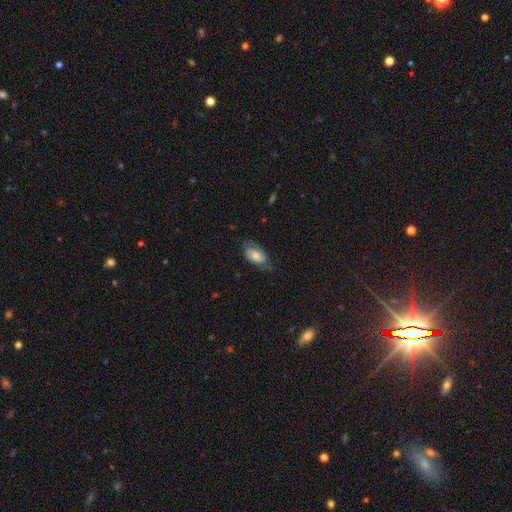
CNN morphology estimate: Q: Smooth or featured?
A: featured or disk (50%); runner-up: smooth (42%)
Q: Edge-on disk?
A: no (93%); runner-up: yes (7%)
Q: Merging?
A: none (59%); runner-up: minor disturbance (28%)